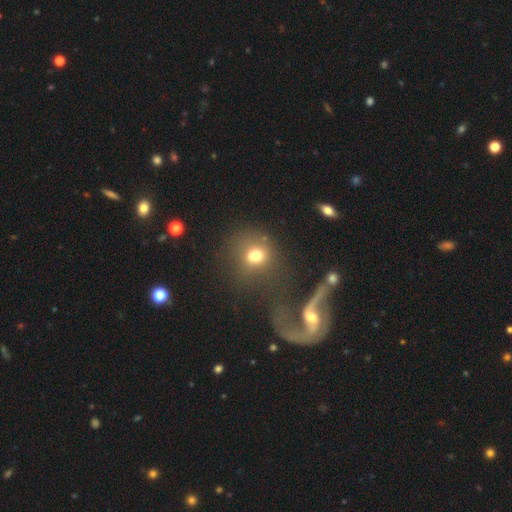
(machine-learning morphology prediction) This appears to be a smooth galaxy with no disk features (72%) that is round (71%). Merging: none (57%).